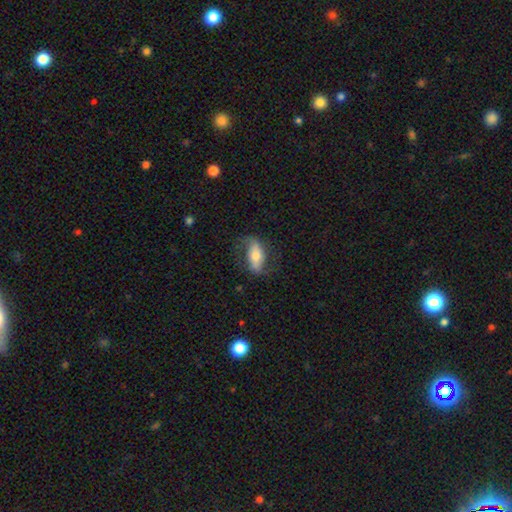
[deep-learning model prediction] Q: Smooth or featured?
A: featured or disk (47%); runner-up: smooth (46%)
Q: Merging?
A: none (69%); runner-up: minor disturbance (20%)